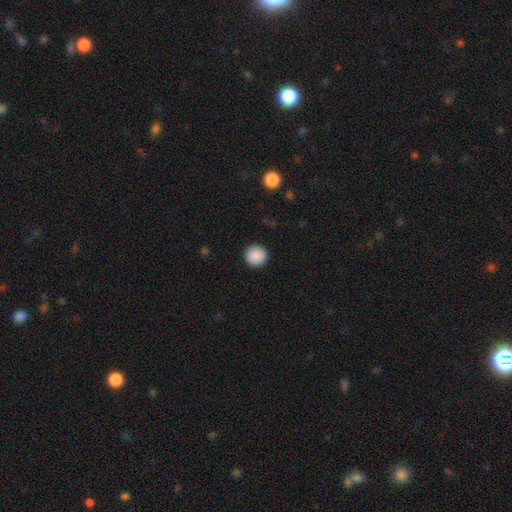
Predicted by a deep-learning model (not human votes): Morphology: type=smooth (90%); roundness=round (95%); merging=none (93%).